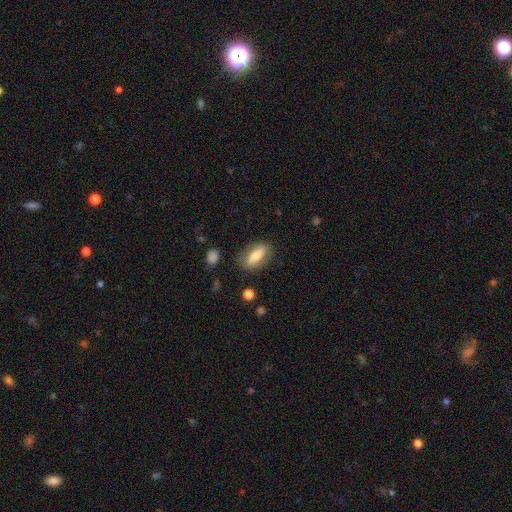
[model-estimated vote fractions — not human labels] Morphology: type=smooth (60%); roundness=in between (76%); merging=none (79%).